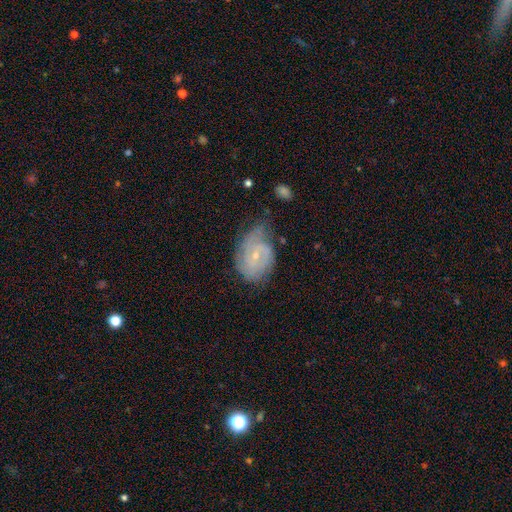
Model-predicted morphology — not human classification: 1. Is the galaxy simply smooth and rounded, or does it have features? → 71% featured or disk, 22% smooth, 7% star or artifact.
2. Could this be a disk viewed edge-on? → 97% no, 3% yes.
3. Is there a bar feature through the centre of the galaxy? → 54% no, 39% weak, 6% strong.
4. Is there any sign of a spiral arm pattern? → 87% yes, 13% no.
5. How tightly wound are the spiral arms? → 55% tight, 33% medium, 12% loose.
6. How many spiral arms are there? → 37% 2, 36% can't tell, 11% 3, 9% 1, 4% 4, 3% more than 4.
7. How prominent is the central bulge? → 71% small, 25% moderate, 2% none, 1% large, 1% dominant.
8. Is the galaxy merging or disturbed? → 45% none, 35% minor disturbance, 17% major disturbance, 3% merger.